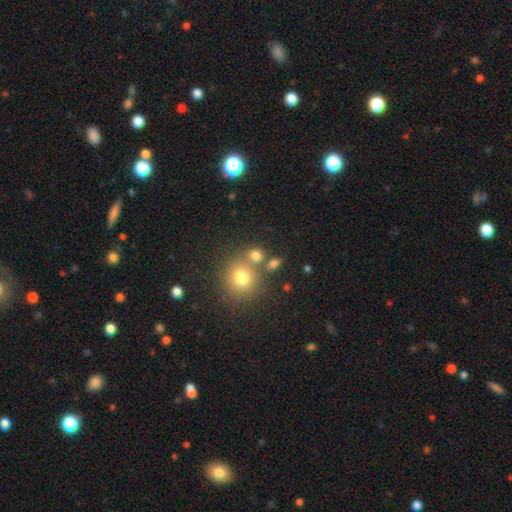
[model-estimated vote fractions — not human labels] This is likely a smooth galaxy (75%). How rounded: likely round (75%). Merging: likely none (60%).